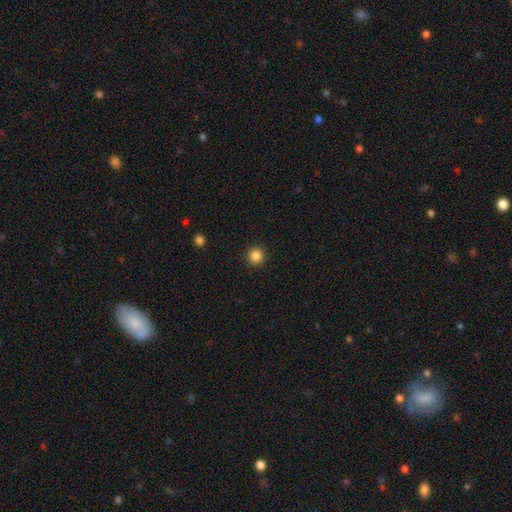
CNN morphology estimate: This is clearly a smooth galaxy (86%). How rounded: clearly round (93%). Merging: clearly none (92%).